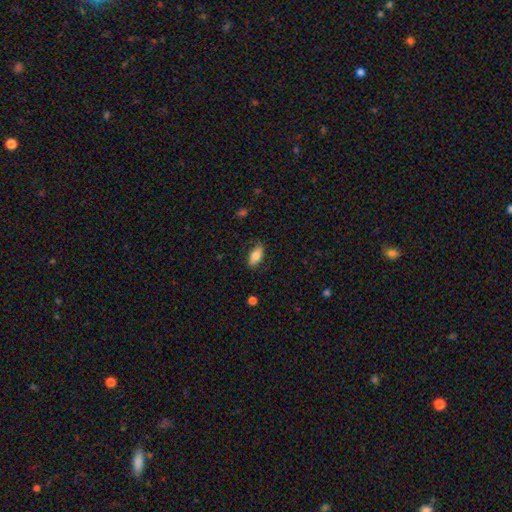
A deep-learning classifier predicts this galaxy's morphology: smooth-or-featured: smooth: 79% | featured or disk: 15% | star or artifact: 7%
  how-rounded: in between: 88% | cigar-shaped: 8% | round: 4%
  merging: none: 78% | minor disturbance: 17% | major disturbance: 4% | merger: 1%